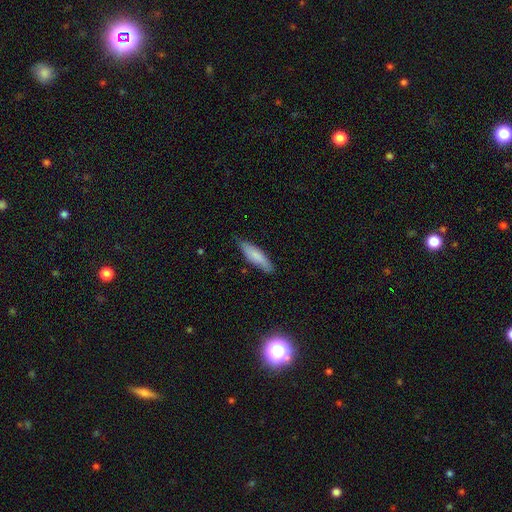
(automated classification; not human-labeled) Smooth or featured? Predicted: smooth (p=0.77). How rounded? Predicted: cigar-shaped (p=0.65). Merging? Predicted: none (p=0.75).